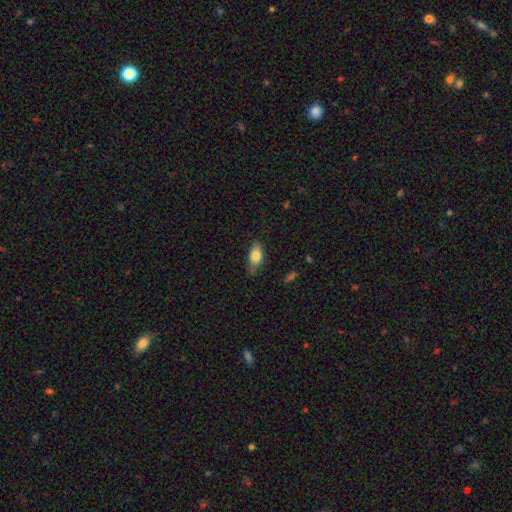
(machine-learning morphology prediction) This appears to be a smooth galaxy with no disk features (79%) that is in between round and cigar-shaped (86%). Merging: none (71%).